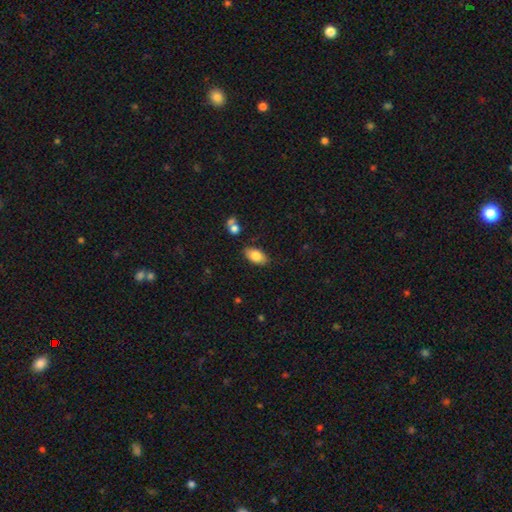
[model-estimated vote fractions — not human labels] Q: Smooth or featured?
A: smooth (81%); runner-up: featured or disk (12%)
Q: How rounded?
A: in between (92%); runner-up: round (5%)
Q: Merging?
A: none (79%); runner-up: minor disturbance (14%)